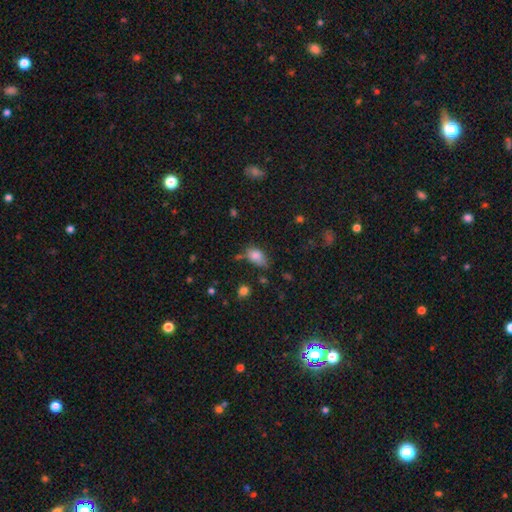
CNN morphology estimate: smooth_or_featured: smooth (p=0.81) [alt: star or artifact p=0.10]
how_rounded: in between (p=0.85) [alt: round p=0.12]
merging: none (p=0.47) [alt: minor disturbance p=0.34]